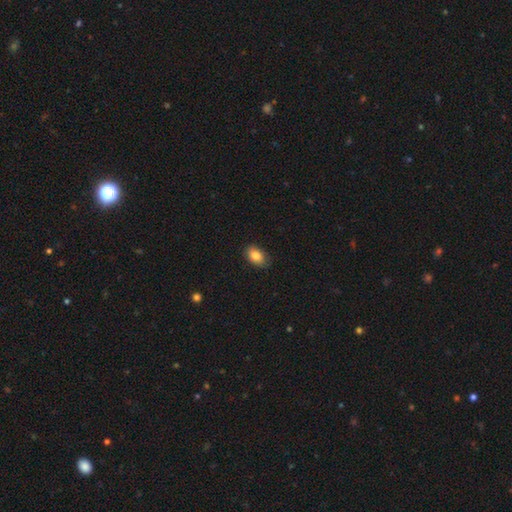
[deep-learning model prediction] A smooth galaxy with no disk features (84%) that is in between round and cigar-shaped (88%).

Vote fractions:
- Smooth or featured? smooth: 84% / featured or disk: 8% / star or artifact: 8%
- How rounded? in between: 88% / round: 11% / cigar-shaped: 1%
- Merging? none: 82% / minor disturbance: 15% / major disturbance: 2% / merger: 1%